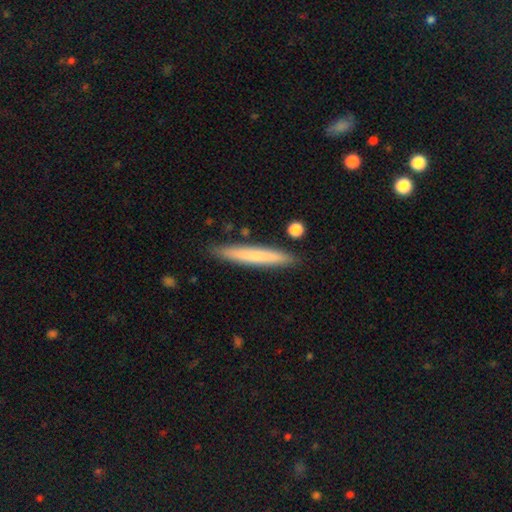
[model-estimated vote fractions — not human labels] Smooth or featured? Predicted: smooth (p=0.67). How rounded? Predicted: cigar-shaped (p=0.96). Merging? Predicted: none (p=0.89).